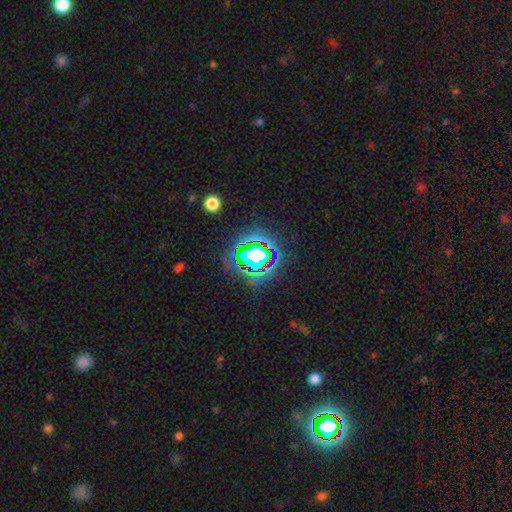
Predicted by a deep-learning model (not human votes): The model was most divided on "smooth or featured": star or artifact: 65%, smooth: 17%, featured or disk: 17%.